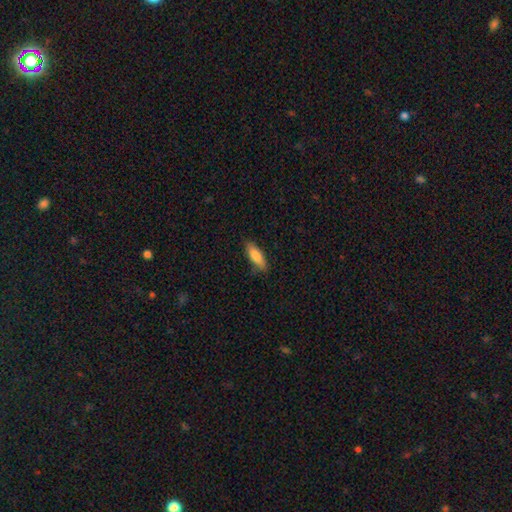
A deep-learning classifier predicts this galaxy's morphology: Smooth or featured? smooth (84%)
How rounded? in between (57%)
Merging? none (82%)